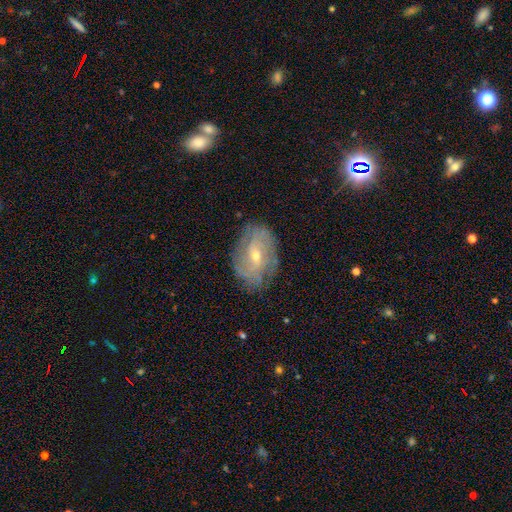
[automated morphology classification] Smooth or featured? featured or disk (75%)
Edge-on disk? no (95%)
Bar? weak (44%)
Spiral arms? yes (84%)
Spiral winding? tight (43%)
Spiral arm count? can't tell (42%)
Bulge size? small (60%)
Merging? none (73%)